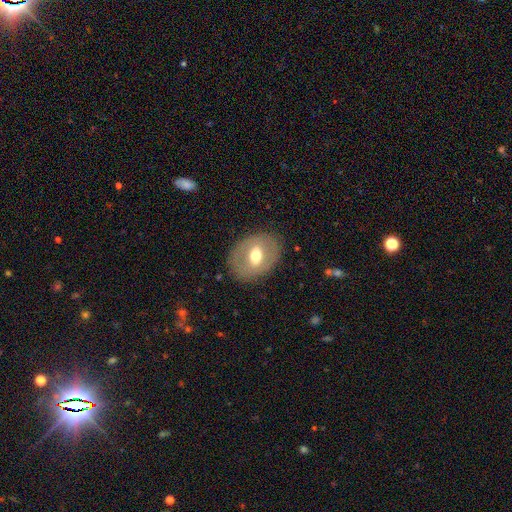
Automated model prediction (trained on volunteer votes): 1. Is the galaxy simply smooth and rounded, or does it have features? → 50% smooth, 42% featured or disk, 7% star or artifact.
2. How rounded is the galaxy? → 67% in between, 32% round, 1% cigar-shaped.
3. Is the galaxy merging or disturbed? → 81% none, 12% minor disturbance, 6% major disturbance, 1% merger.